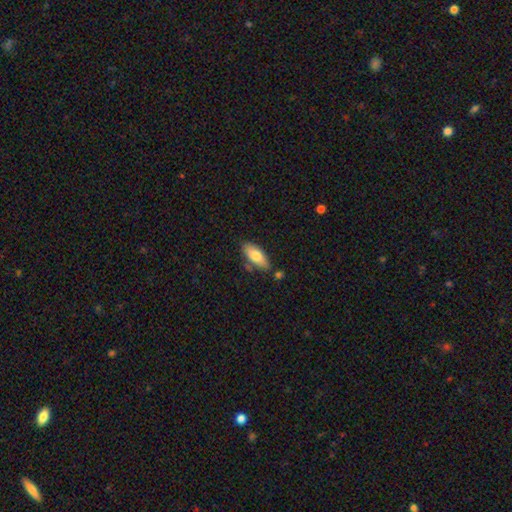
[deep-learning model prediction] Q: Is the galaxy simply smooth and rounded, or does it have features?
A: smooth — 78%.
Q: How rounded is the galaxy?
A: in between — 78%.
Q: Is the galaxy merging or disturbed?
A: none — 74%.